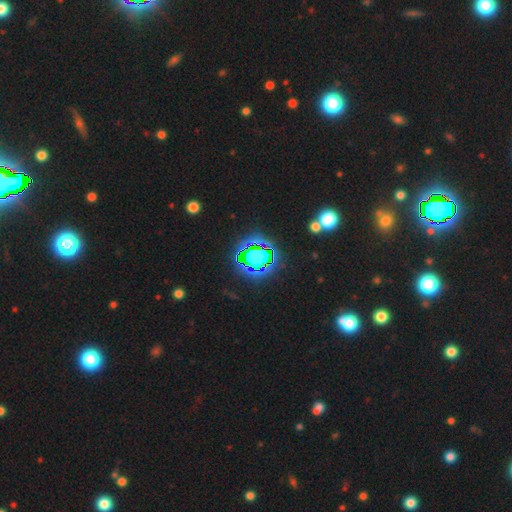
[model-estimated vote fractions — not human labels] A star or artifact, not a galaxy (81%).